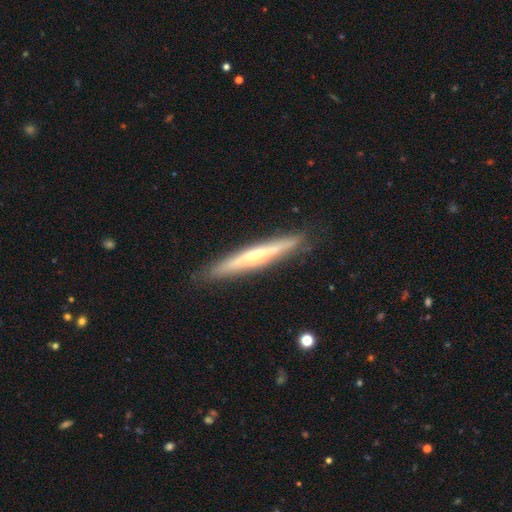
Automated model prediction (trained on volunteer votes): A featured or disk galaxy (68%) viewed edge-on (93%) with a rounded central bulge (77%). Merging: none (88%).